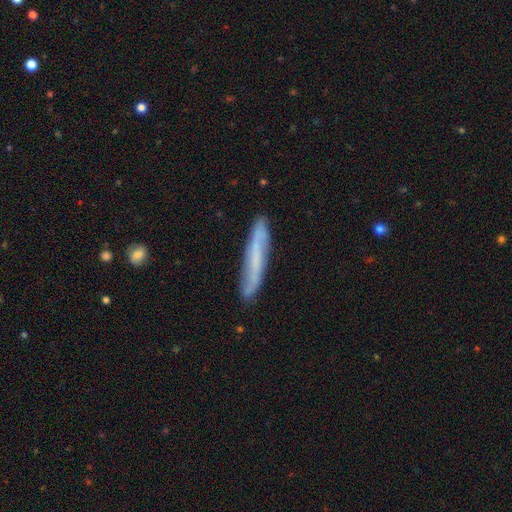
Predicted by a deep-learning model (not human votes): Smooth or featured? featured or disk (50%)
Merging? none (82%)